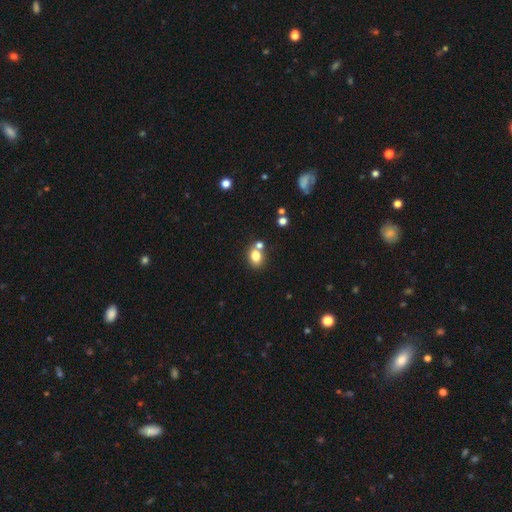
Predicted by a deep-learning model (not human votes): smooth_or_featured: smooth (p=0.80) [alt: star or artifact p=0.11]
how_rounded: in between (p=0.58) [alt: round p=0.41]
merging: none (p=0.59) [alt: merger p=0.27]